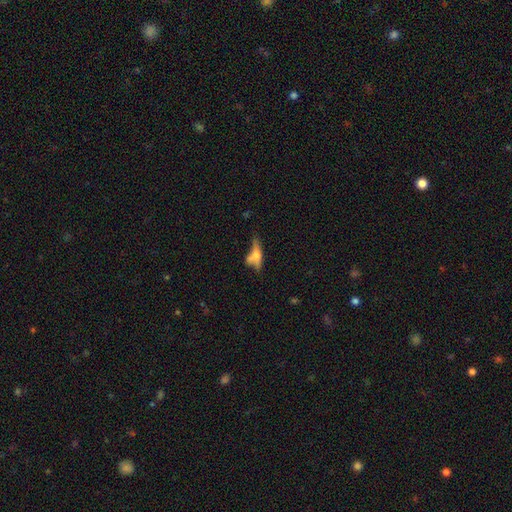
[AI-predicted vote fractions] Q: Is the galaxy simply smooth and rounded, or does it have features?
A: smooth — 46%.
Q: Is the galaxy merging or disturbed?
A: none — 39%.